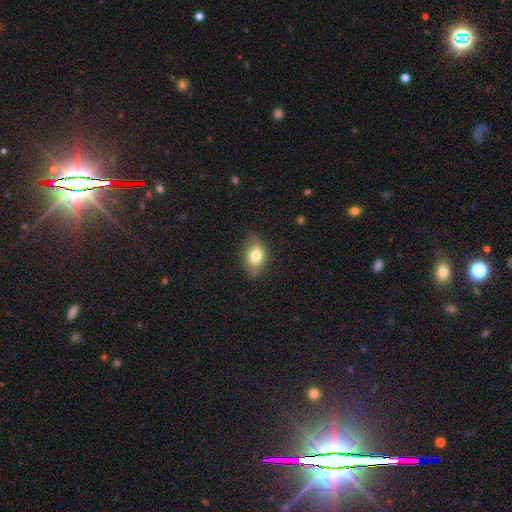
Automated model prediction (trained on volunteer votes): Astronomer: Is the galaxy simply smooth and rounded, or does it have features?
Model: smooth — 75%.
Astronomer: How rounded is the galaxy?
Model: in between — 80%.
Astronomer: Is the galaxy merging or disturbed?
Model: none — 72%.